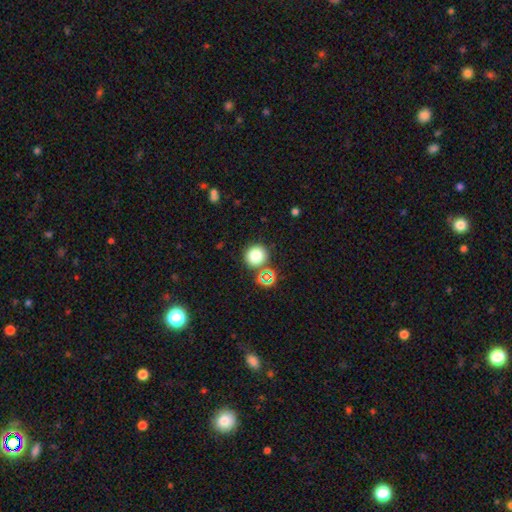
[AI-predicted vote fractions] A smooth galaxy with no disk features (77%) that is round (92%).

Vote fractions:
- Smooth or featured? smooth: 77% / star or artifact: 16% / featured or disk: 7%
- How rounded? round: 92% / in between: 7% / cigar-shaped: 1%
- Merging? none: 79% / merger: 11% / minor disturbance: 8% / major disturbance: 3%